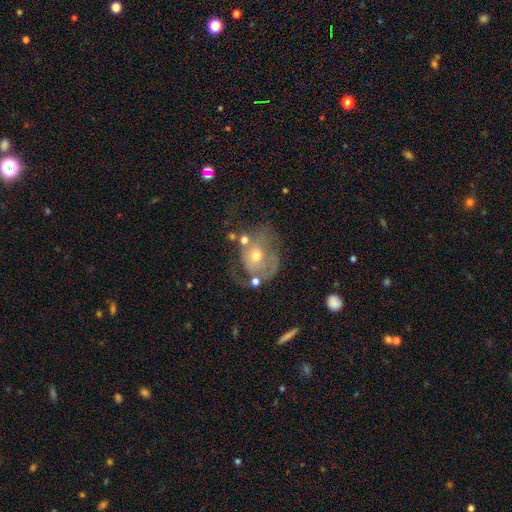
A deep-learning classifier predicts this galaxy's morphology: Smooth or featured?
  - featured or disk: 69% *
  - smooth: 22%
  - star or artifact: 9%
Edge-on disk?
  - no: 96% *
  - yes: 4%
Bar?
  - no: 79% *
  - weak: 16%
  - strong: 4%
Spiral arms?
  - yes: 70% *
  - no: 30%
Bulge size?
  - moderate: 64% *
  - small: 31%
  - large: 3%
  - none: 1%
  - dominant: 1%
Merging?
  - none: 38% *
  - major disturbance: 30%
  - minor disturbance: 21%
  - merger: 11%